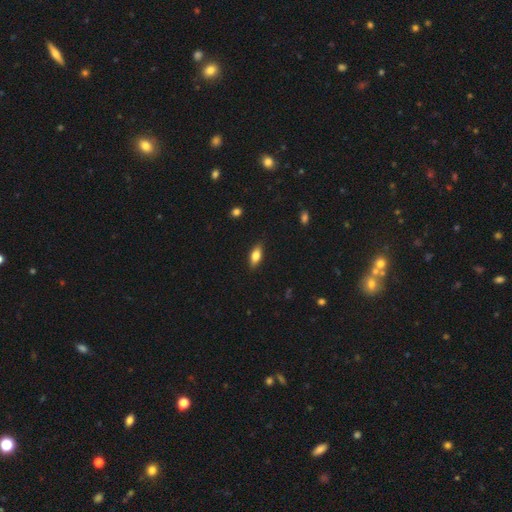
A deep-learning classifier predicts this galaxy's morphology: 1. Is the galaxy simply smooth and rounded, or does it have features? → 74% smooth, 19% featured or disk, 7% star or artifact.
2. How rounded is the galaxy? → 79% in between, 18% cigar-shaped, 4% round.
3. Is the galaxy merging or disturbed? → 86% none, 10% minor disturbance, 2% major disturbance, 1% merger.